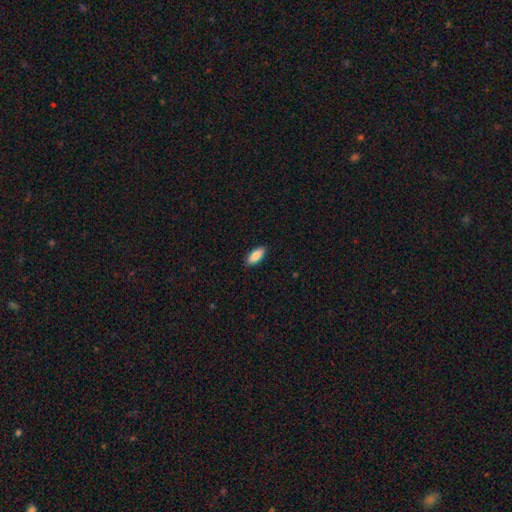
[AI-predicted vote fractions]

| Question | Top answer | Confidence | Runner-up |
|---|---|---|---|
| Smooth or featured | smooth | 88% | star or artifact (6%) |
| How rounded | in between | 86% | cigar-shaped (12%) |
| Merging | none | 89% | minor disturbance (9%) |